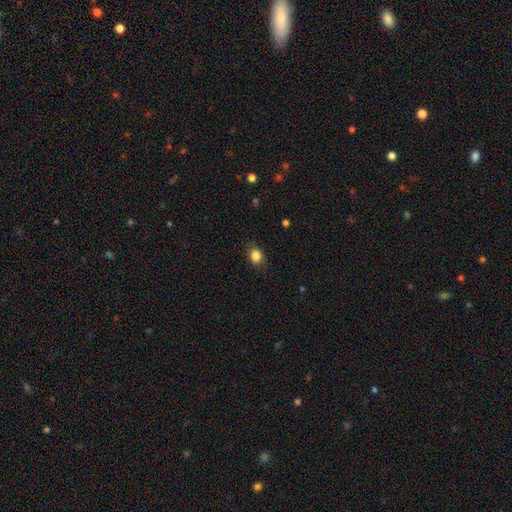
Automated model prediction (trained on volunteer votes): A smooth galaxy with no disk features (85%) that is in between round and cigar-shaped (52%).

Vote fractions:
- Smooth or featured? smooth: 85% / star or artifact: 10% / featured or disk: 5%
- How rounded? in between: 52% / round: 47% / cigar-shaped: 1%
- Merging? none: 79% / minor disturbance: 16% / major disturbance: 4% / merger: 1%